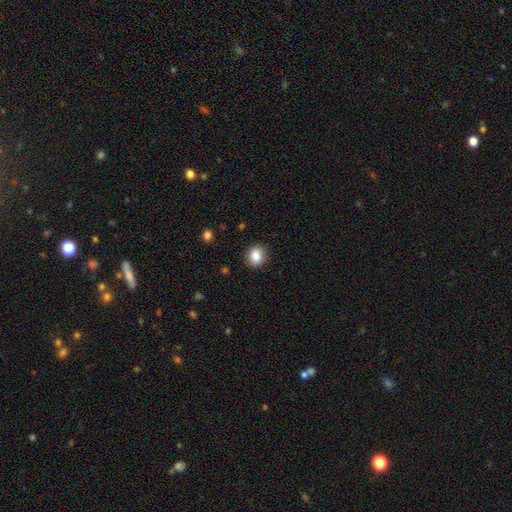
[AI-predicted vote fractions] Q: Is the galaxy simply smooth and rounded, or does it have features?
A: smooth — 84%.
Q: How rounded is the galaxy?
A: round — 70%.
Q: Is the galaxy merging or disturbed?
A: none — 89%.